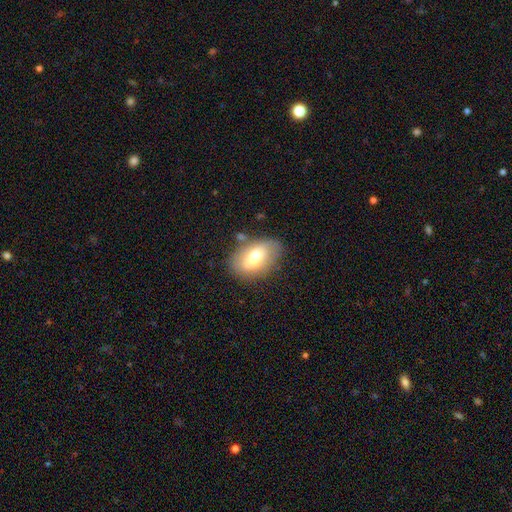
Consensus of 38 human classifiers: A smooth galaxy with no disk features (61%) that is in between round and cigar-shaped (91%).

Vote fractions:
- Smooth or featured? smooth: 61% / featured or disk: 34% / star or artifact: 5%
- How rounded? in between: 91% / round: 9% / cigar-shaped: 0%
- Merging? none: 50% / minor disturbance: 28% / merger: 19% / major disturbance: 3%